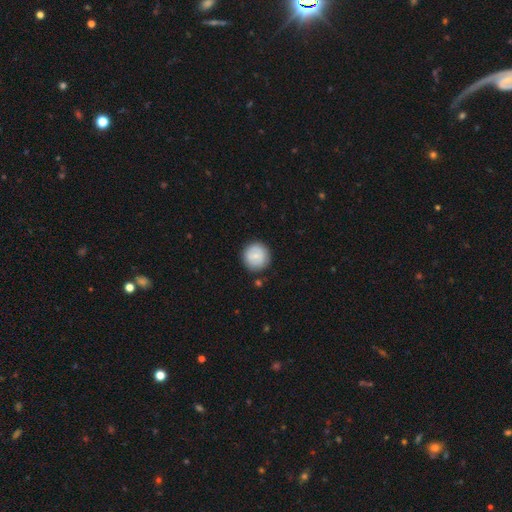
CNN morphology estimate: This is likely a smooth galaxy (68%). How rounded: clearly round (93%). Merging: clearly none (85%).